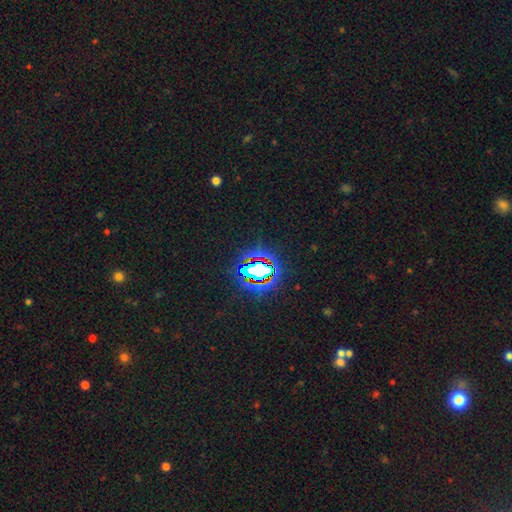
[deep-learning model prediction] Morphology: type=star or artifact (81%).